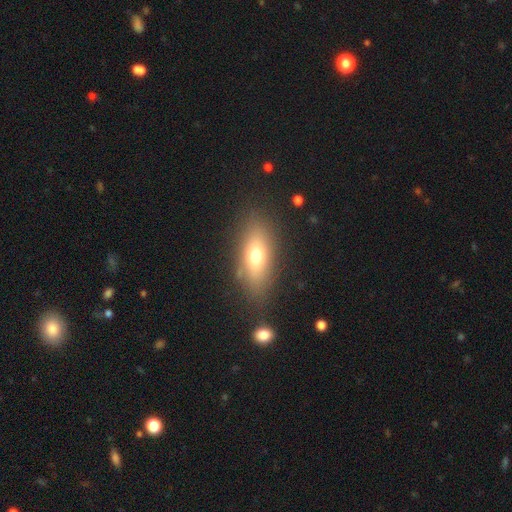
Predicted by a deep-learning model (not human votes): A smooth galaxy with no disk features (66%) that is in between round and cigar-shaped (74%).

Vote fractions:
- Smooth or featured? smooth: 66% / featured or disk: 24% / star or artifact: 10%
- How rounded? in between: 74% / cigar-shaped: 20% / round: 6%
- Merging? none: 80% / minor disturbance: 12% / major disturbance: 5% / merger: 4%